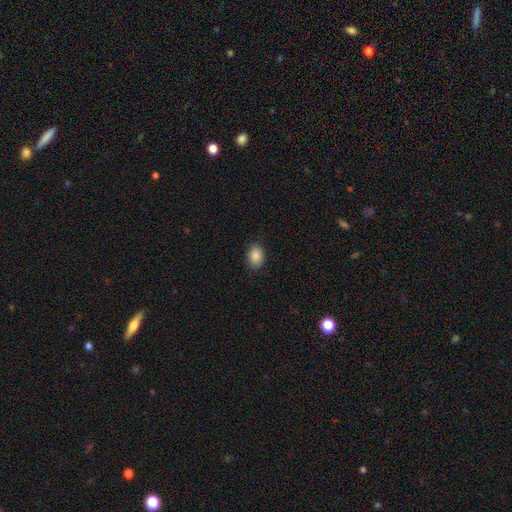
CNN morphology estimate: smooth_or_featured: smooth (p=0.88) [alt: star or artifact p=0.08]
how_rounded: in between (p=0.80) [alt: round p=0.19]
merging: none (p=0.86) [alt: minor disturbance p=0.11]